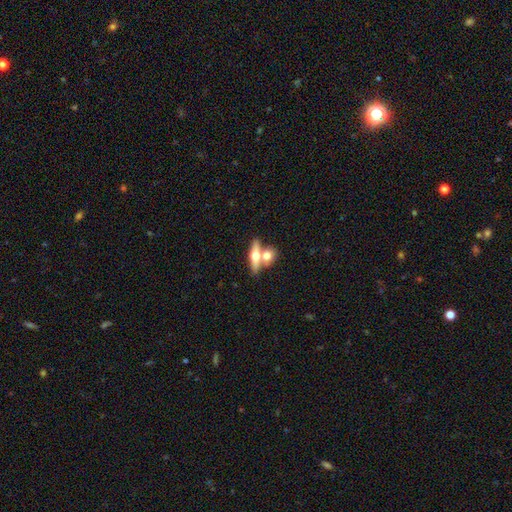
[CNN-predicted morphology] This appears to be a featured or disk galaxy (47%, tied with smooth). Merging: merger (51%).